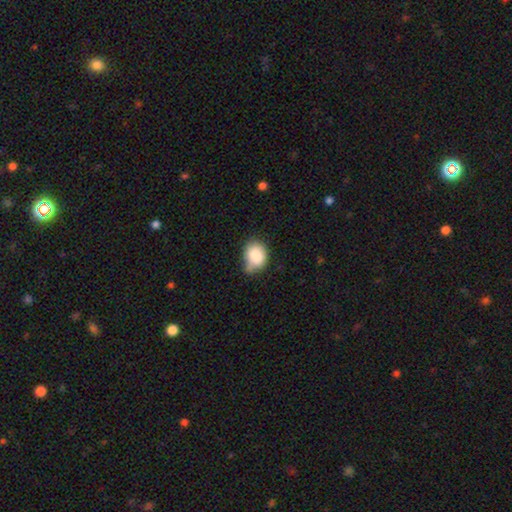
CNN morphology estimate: Smooth or featured? smooth (84%)
How rounded? in between (55%)
Merging? none (45%)